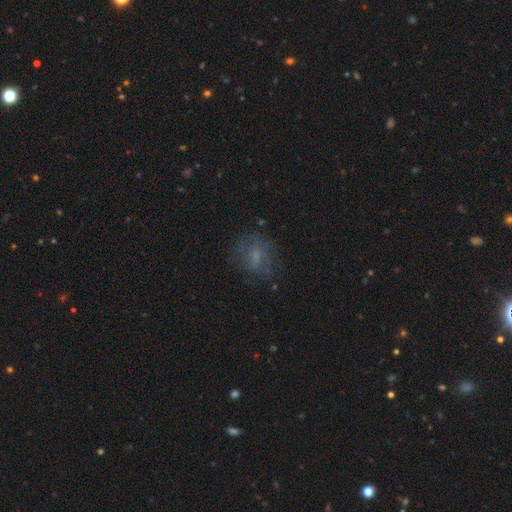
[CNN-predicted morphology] This appears to be a smooth galaxy with no disk features (53%) that is round (53%). Merging: none (65%).